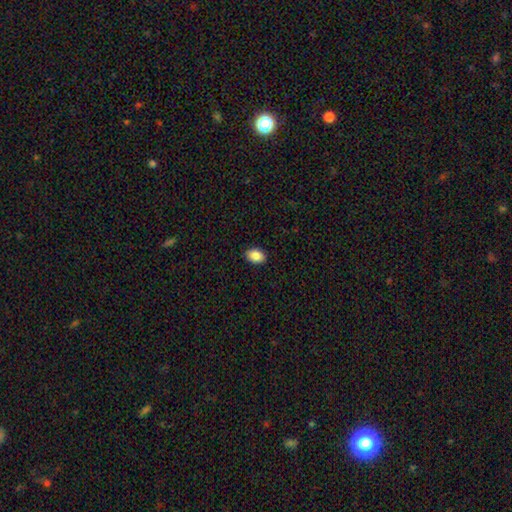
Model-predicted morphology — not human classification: Smooth or featured?
  - smooth: 87% *
  - star or artifact: 8%
  - featured or disk: 5%
How rounded?
  - in between: 83% *
  - round: 16%
  - cigar-shaped: 1%
Merging?
  - none: 90% *
  - minor disturbance: 7%
  - major disturbance: 2%
  - merger: 1%